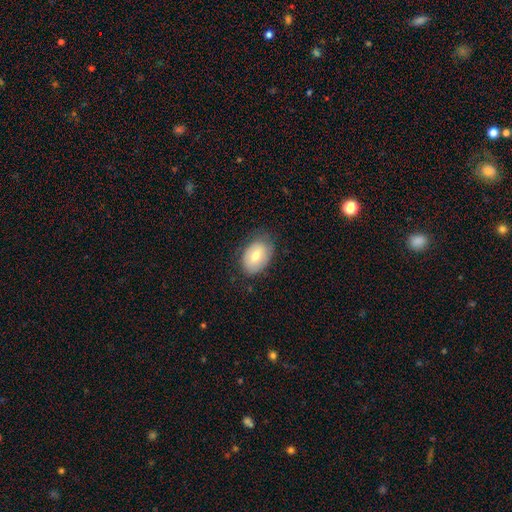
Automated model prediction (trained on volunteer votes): Morphology: type=smooth (69%); roundness=in between (84%); merging=none (72%).